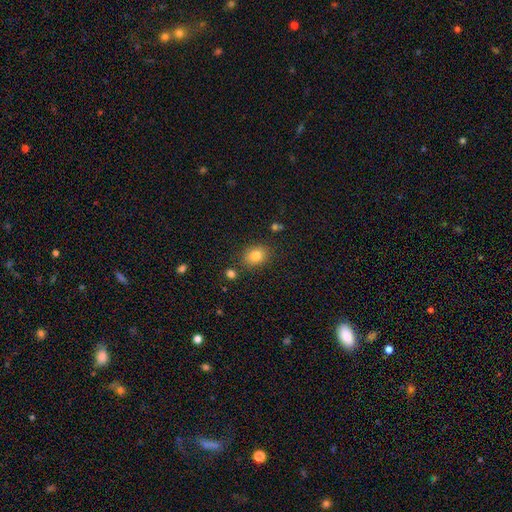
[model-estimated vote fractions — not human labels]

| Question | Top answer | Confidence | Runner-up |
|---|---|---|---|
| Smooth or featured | smooth | 81% | star or artifact (10%) |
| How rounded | in between | 57% | round (42%) |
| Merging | none | 83% | minor disturbance (10%) |